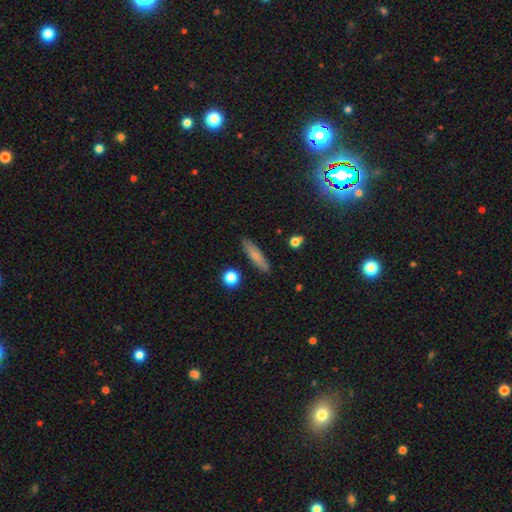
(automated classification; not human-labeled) This appears to be a smooth galaxy with no disk features (75%) that is cigar-shaped (80%). Merging: none (88%).